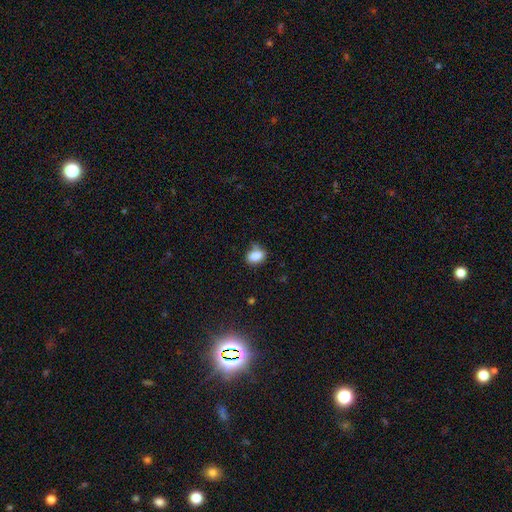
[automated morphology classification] A smooth galaxy with no disk features (84%) that is in between round and cigar-shaped (73%). Merging: none (61%).